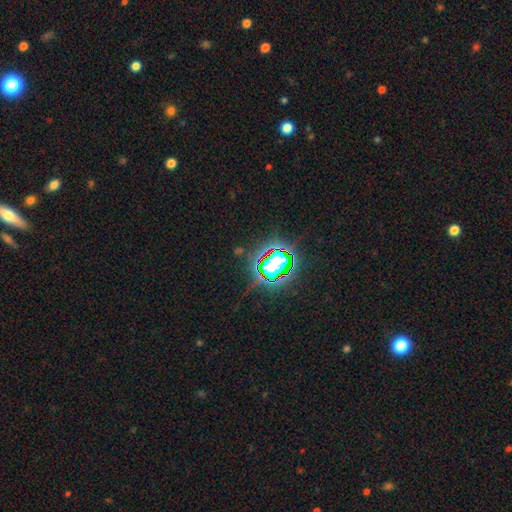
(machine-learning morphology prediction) This is clearly a star or artifact rather than a galaxy (82%).